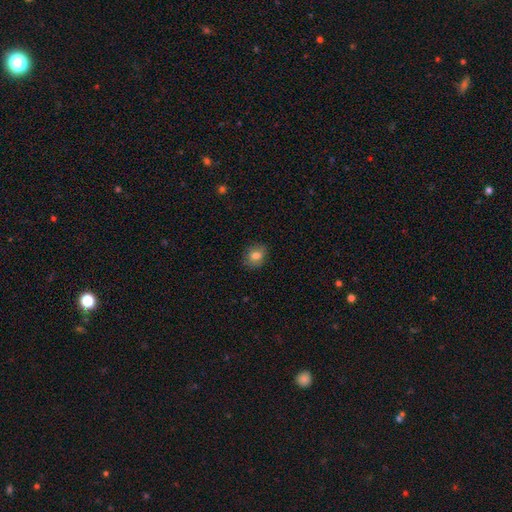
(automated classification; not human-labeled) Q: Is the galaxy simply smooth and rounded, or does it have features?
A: smooth — 79%.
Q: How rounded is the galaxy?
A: round — 55%.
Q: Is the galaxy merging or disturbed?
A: none — 84%.